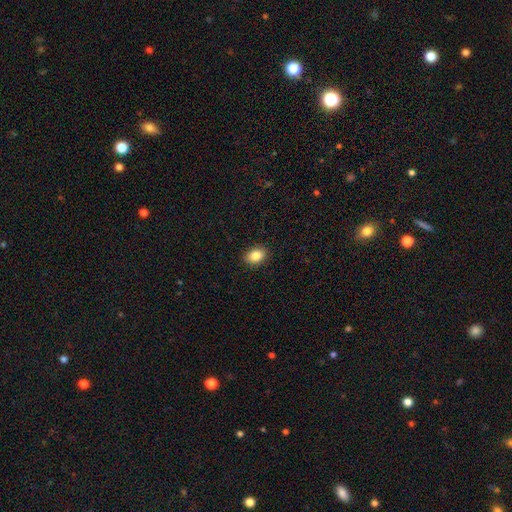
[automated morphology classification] Smooth or featured? smooth (84%)
How rounded? in between (72%)
Merging? none (90%)